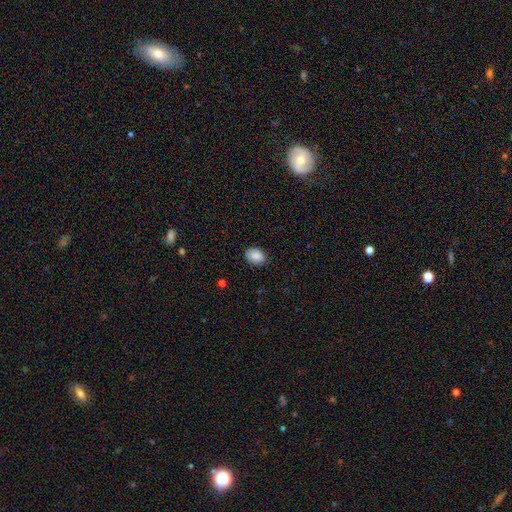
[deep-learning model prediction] smooth-or-featured: smooth: 86% | star or artifact: 8% | featured or disk: 7%
  how-rounded: in between: 69% | round: 30% | cigar-shaped: 1%
  merging: none: 83% | minor disturbance: 13% | major disturbance: 2% | merger: 1%